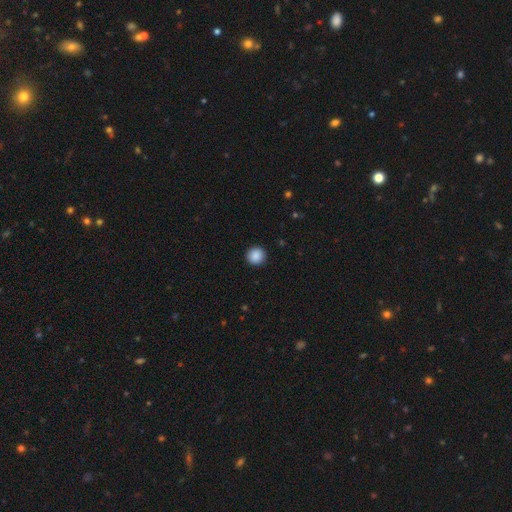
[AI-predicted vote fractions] This appears to be a smooth galaxy with no disk features (89%) that is round (95%). Merging: none (93%).